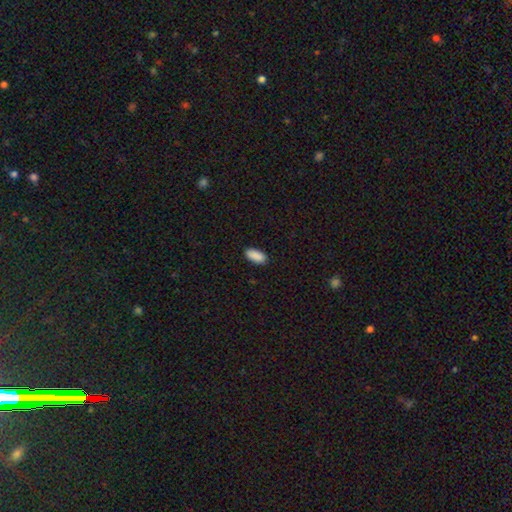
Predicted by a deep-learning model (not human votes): Smooth or featured: smooth — 91% (star or artifact — 7%)
How rounded: in between — 90% (cigar-shaped — 8%)
Merging: none — 89% (minor disturbance — 8%)